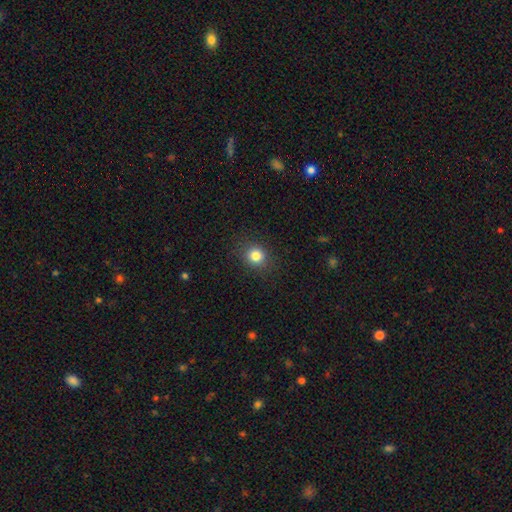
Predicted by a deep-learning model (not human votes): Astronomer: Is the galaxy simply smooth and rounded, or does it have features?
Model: smooth — 82%.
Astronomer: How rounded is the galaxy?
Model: round — 81%.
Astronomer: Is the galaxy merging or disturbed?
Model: none — 88%.